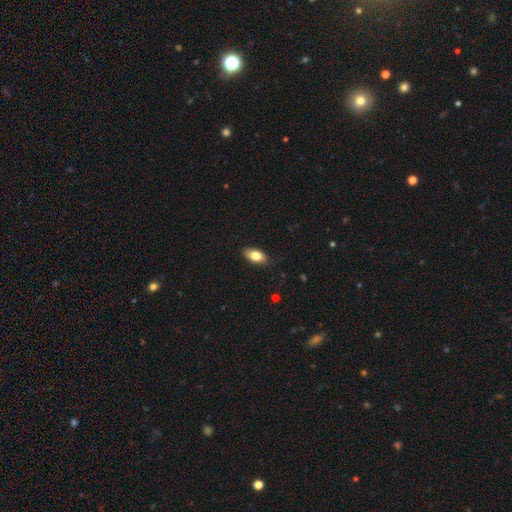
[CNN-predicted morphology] smooth-or-featured: smooth: 80% | featured or disk: 13% | star or artifact: 7%
  how-rounded: in between: 88% | cigar-shaped: 7% | round: 5%
  merging: none: 83% | minor disturbance: 14% | major disturbance: 2% | merger: 1%